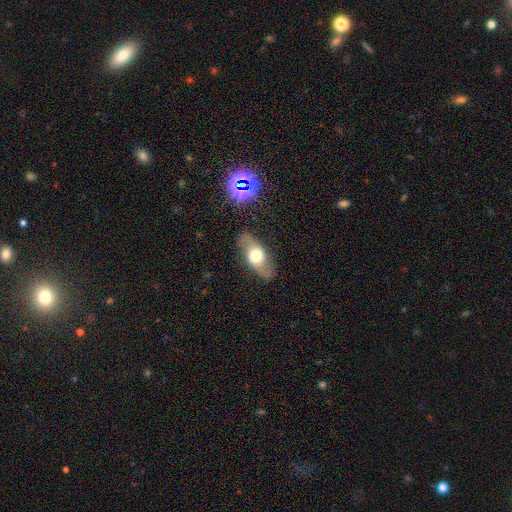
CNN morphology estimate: Smooth or featured?
  - featured or disk: 55% *
  - smooth: 37%
  - star or artifact: 8%
Edge-on disk?
  - no: 75% *
  - yes: 25%
Merging?
  - none: 82% *
  - minor disturbance: 12%
  - major disturbance: 4%
  - merger: 1%